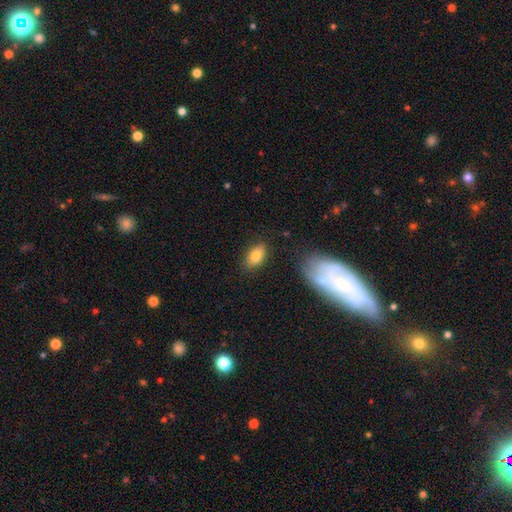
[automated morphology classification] Smooth or featured?
  - smooth: 79% *
  - featured or disk: 13%
  - star or artifact: 8%
How rounded?
  - in between: 89% *
  - round: 8%
  - cigar-shaped: 4%
Merging?
  - none: 83% *
  - minor disturbance: 12%
  - major disturbance: 3%
  - merger: 2%